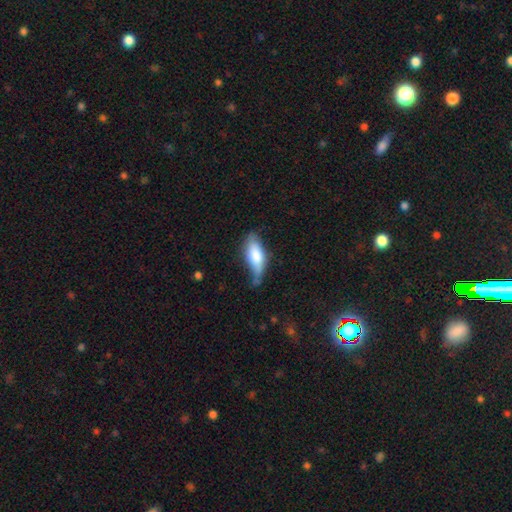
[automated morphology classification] smooth_or_featured: smooth (p=0.73) [alt: featured or disk p=0.21]
how_rounded: in between (p=0.73) [alt: cigar-shaped p=0.24]
merging: none (p=0.47) [alt: minor disturbance p=0.37]